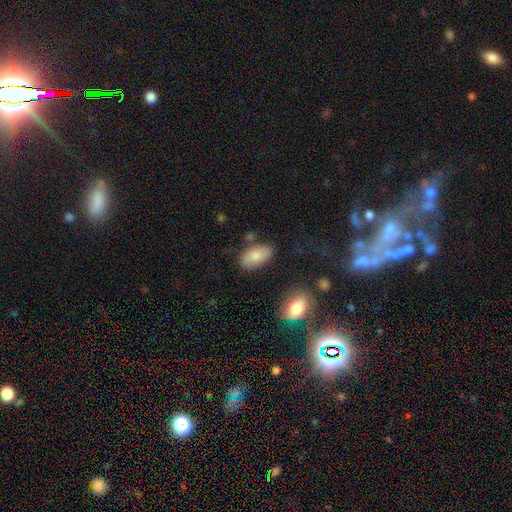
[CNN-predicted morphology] smooth_or_featured: smooth (p=0.83) [alt: featured or disk p=0.11]
how_rounded: in between (p=0.94) [alt: round p=0.04]
merging: none (p=0.77) [alt: minor disturbance p=0.15]